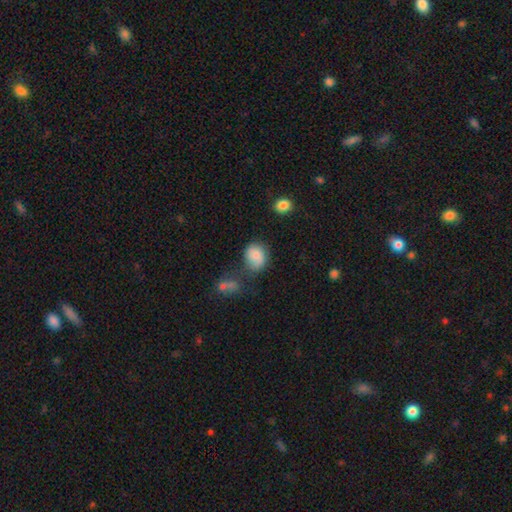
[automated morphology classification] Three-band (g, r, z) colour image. It shows a smooth galaxy with no disk features (81%) that is round (51%). Merging: none (54%).